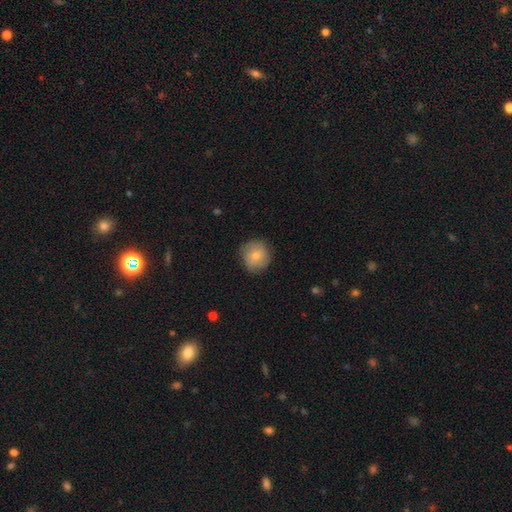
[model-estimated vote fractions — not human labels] smooth-or-featured: smooth: 72% | featured or disk: 21% | star or artifact: 7%
  how-rounded: round: 89% | in between: 10% | cigar-shaped: 1%
  merging: none: 80% | minor disturbance: 16% | major disturbance: 4% | merger: 1%